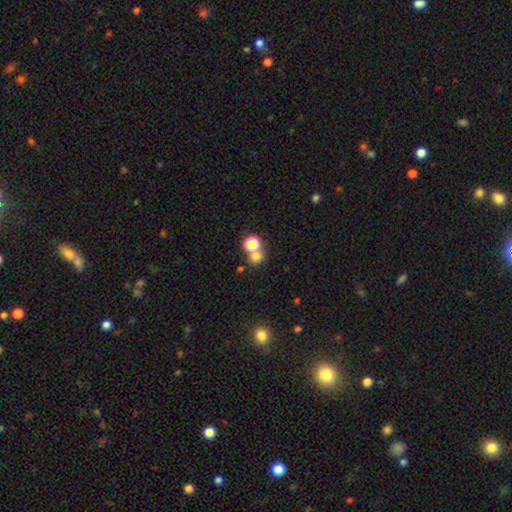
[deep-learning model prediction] Smooth or featured: smooth — 72% (star or artifact — 19%)
How rounded: round — 83% (in between — 16%)
Merging: none — 50% (merger — 40%)